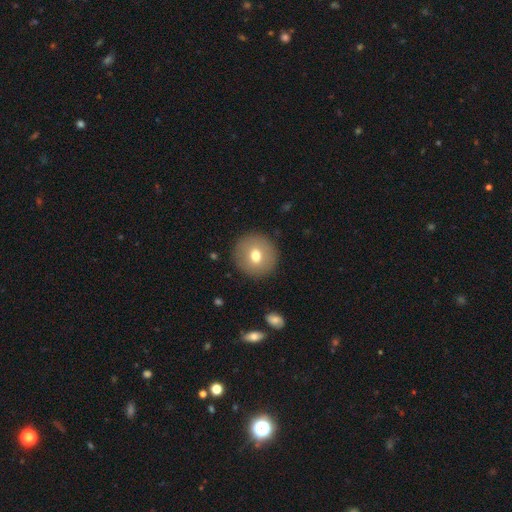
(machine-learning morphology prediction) Smooth or featured: smooth — 70% (featured or disk — 21%)
How rounded: round — 93% (in between — 6%)
Merging: none — 90% (minor disturbance — 6%)